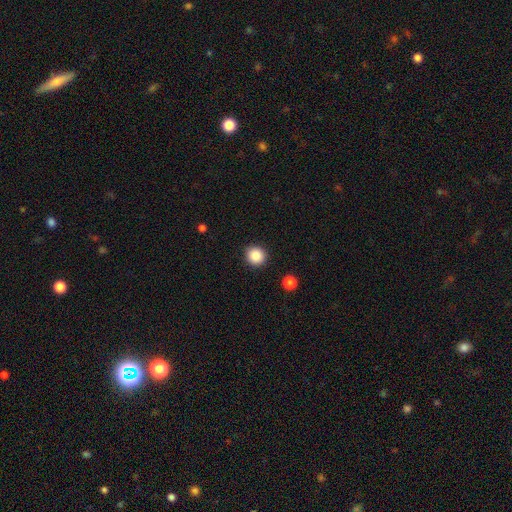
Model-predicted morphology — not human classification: A smooth galaxy with no disk features (86%) that is round (92%).

Vote fractions:
- Smooth or featured? smooth: 86% / star or artifact: 10% / featured or disk: 4%
- How rounded? round: 92% / in between: 7% / cigar-shaped: 1%
- Merging? none: 91% / minor disturbance: 6% / major disturbance: 2% / merger: 1%